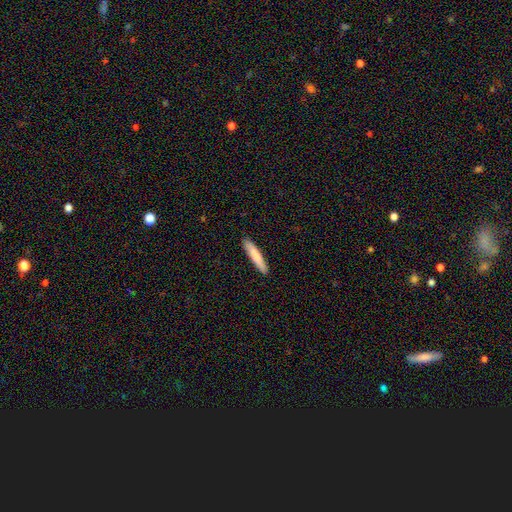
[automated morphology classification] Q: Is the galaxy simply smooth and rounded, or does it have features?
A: smooth — 82%.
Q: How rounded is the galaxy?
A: cigar-shaped — 91%.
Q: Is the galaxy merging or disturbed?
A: none — 91%.